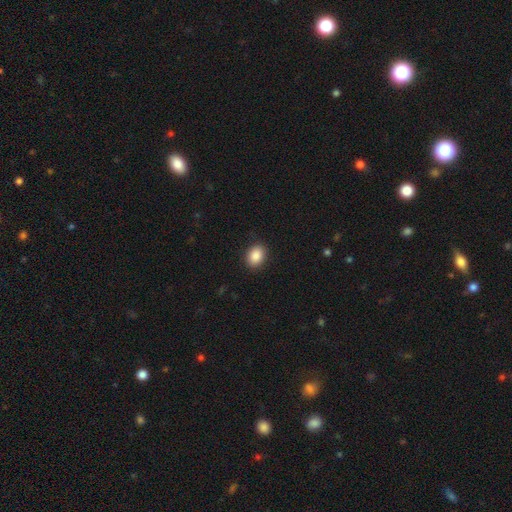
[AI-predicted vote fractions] smooth 88%, star or artifact 8%, featured or disk 4%. Down the decision tree: how rounded — in between (72%); merging — none (89%).